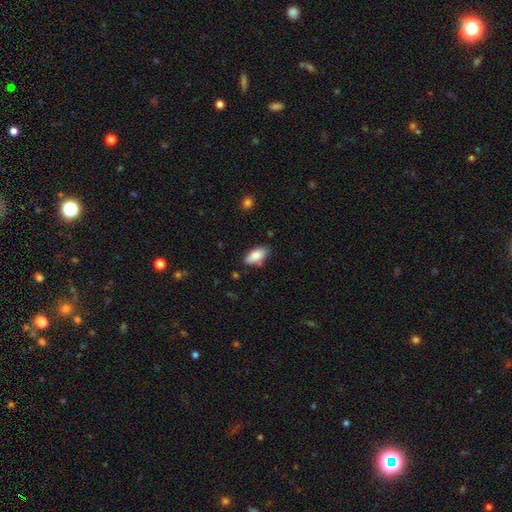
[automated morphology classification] Overall: smooth (85%). How rounded: in between (89%). Merging: none (78%).